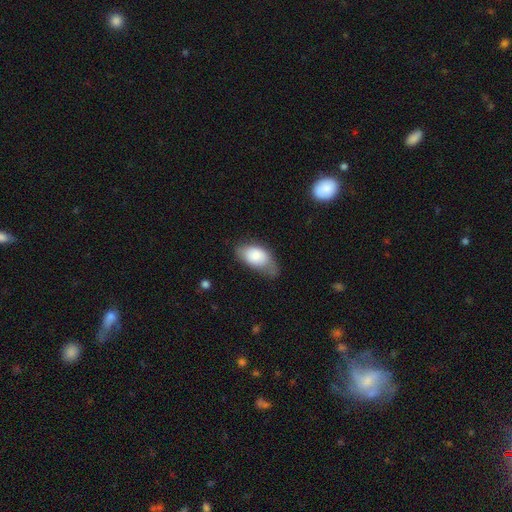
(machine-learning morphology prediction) smooth-or-featured: smooth: 79% | featured or disk: 14% | star or artifact: 6%
  how-rounded: in between: 93% | round: 5% | cigar-shaped: 3%
  merging: none: 43% | minor disturbance: 39% | major disturbance: 15% | merger: 3%